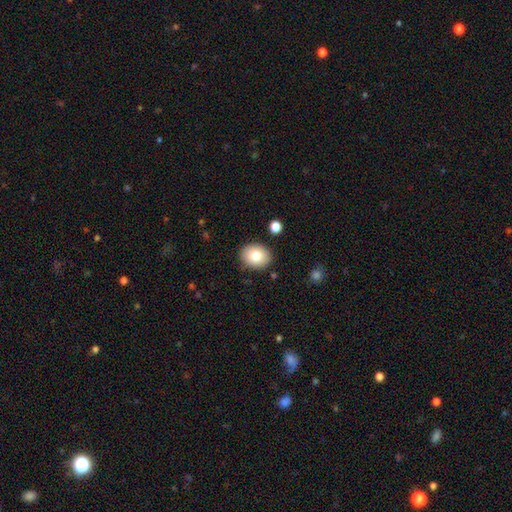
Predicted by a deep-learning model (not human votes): Smooth or featured: smooth — 80% (featured or disk — 11%)
How rounded: in between — 53% (round — 46%)
Merging: none — 86% (minor disturbance — 9%)